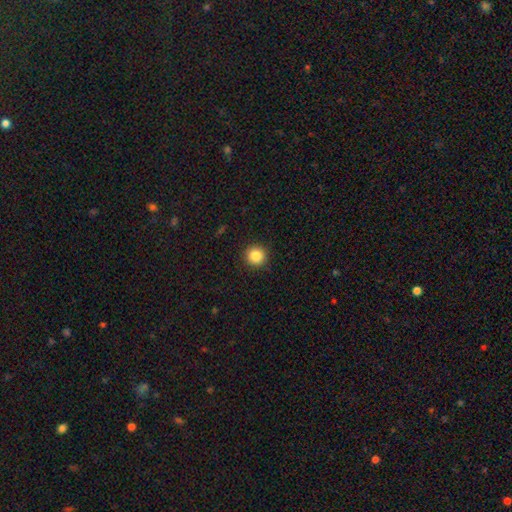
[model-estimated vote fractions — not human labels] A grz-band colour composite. It shows a smooth galaxy with no disk features (86%) that is round (95%). Merging: none (92%).